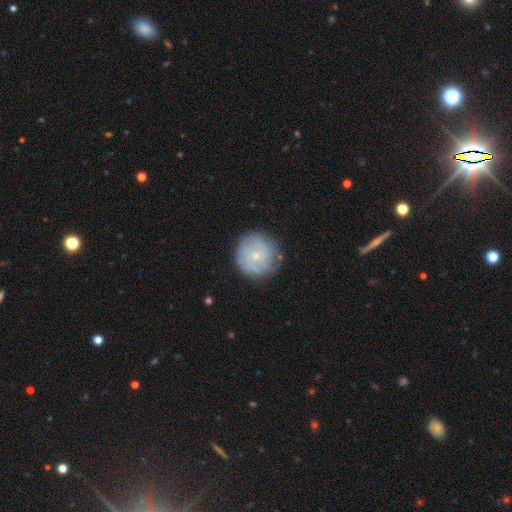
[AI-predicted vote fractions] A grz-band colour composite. It shows a smooth galaxy with no disk features (47%). Merging: none (81%).